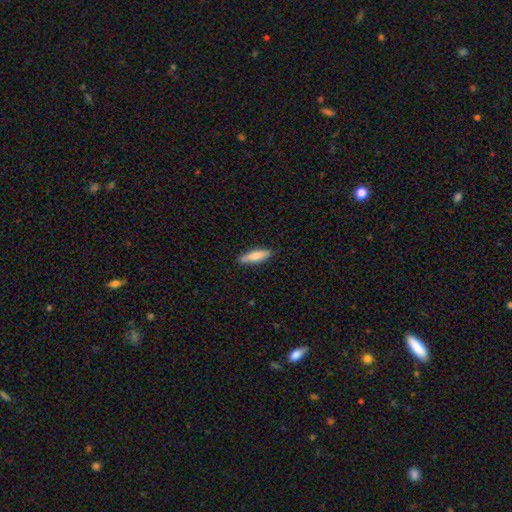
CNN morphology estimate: Smooth or featured? smooth (75%)
How rounded? cigar-shaped (73%)
Merging? none (86%)